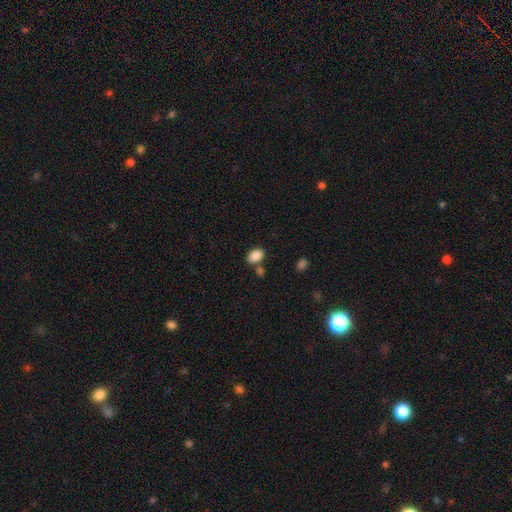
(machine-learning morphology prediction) A smooth galaxy with no disk features (88%) that is in between round and cigar-shaped (84%). Merging: none (69%).